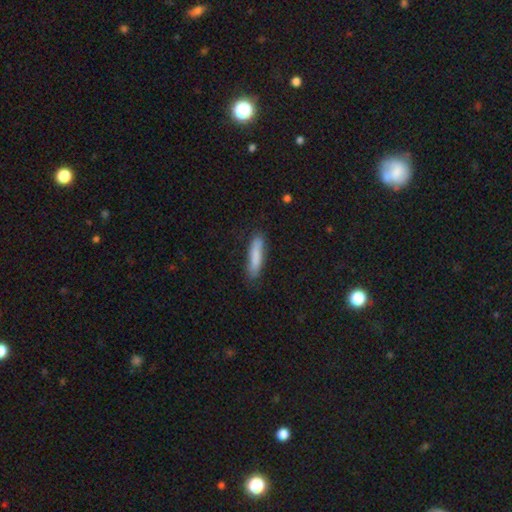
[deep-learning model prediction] A smooth galaxy with no disk features (83%) that is cigar-shaped (81%).

Vote fractions:
- Smooth or featured? smooth: 83% / featured or disk: 11% / star or artifact: 6%
- How rounded? cigar-shaped: 81% / in between: 17% / round: 1%
- Merging? none: 81% / minor disturbance: 15% / major disturbance: 3% / merger: 1%